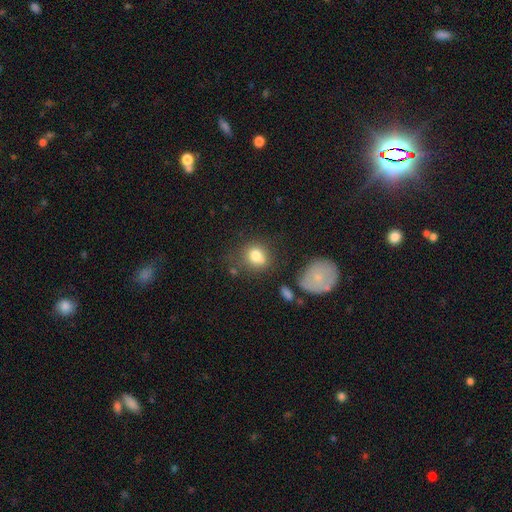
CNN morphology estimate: Smooth or featured? smooth (79%)
How rounded? round (65%)
Merging? none (63%)